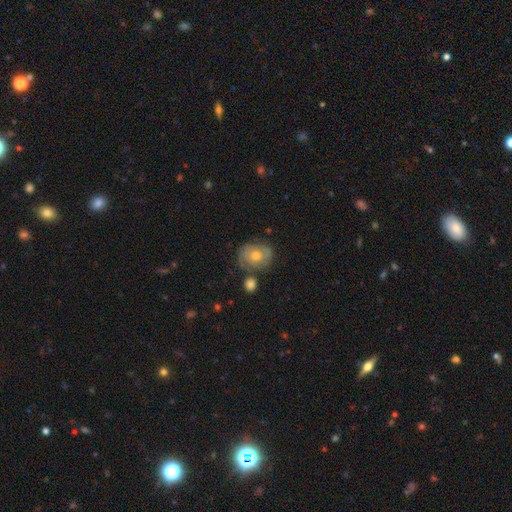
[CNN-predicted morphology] This is possibly a featured or disk galaxy (51%). It is clearly not viewed edge-on (96%). Merging: likely none (70%).